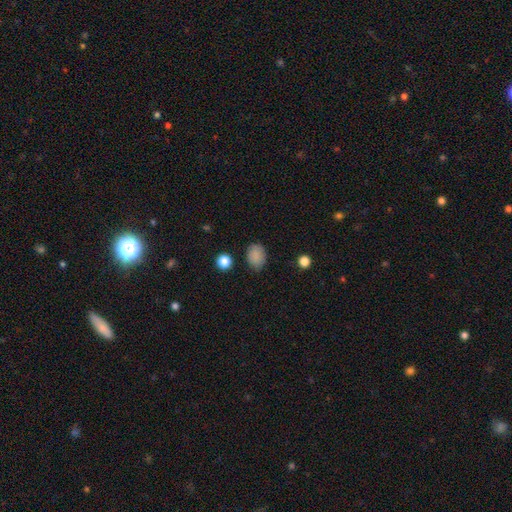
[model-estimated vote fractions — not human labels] Overall: smooth (86%). How rounded: in between (68%; round 31%). Merging: none (79%).